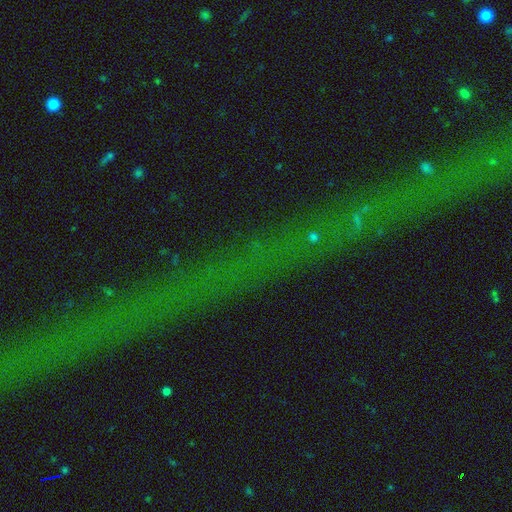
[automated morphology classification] Smooth or featured: star or artifact — 74% (featured or disk — 16%)